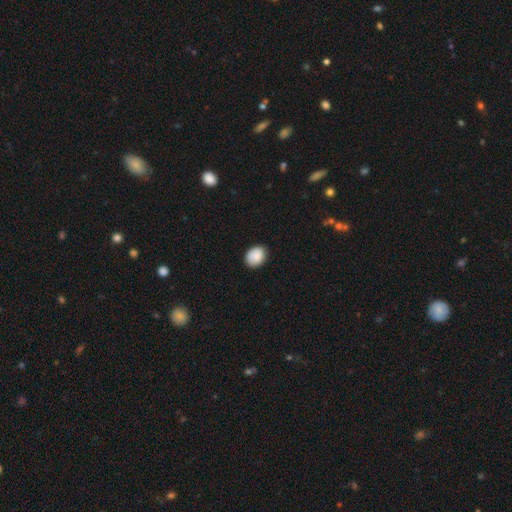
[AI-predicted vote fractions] This appears to be a smooth galaxy with no disk features (87%) that is in between round and cigar-shaped (64%). Merging: none (83%).